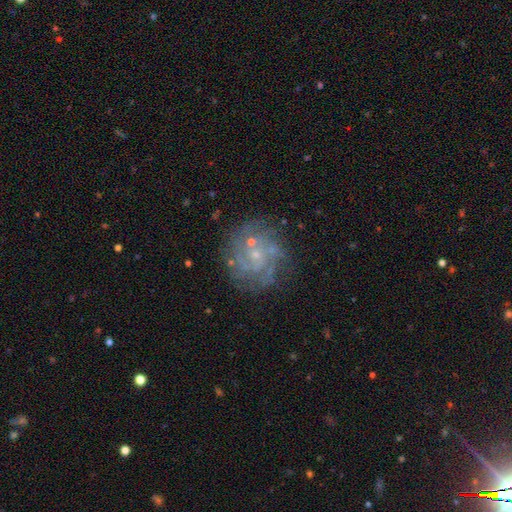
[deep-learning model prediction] This is likely a featured or disk galaxy (74%). It is clearly not viewed edge-on (98%). Bar: likely no (72%). Spiral arm pattern: clearly yes (86%). Spiral arm count: marginally can't tell (38%). Spiral winding: possibly tight (56%). Central bulge: likely small (73%). Merging: likely none (74%).